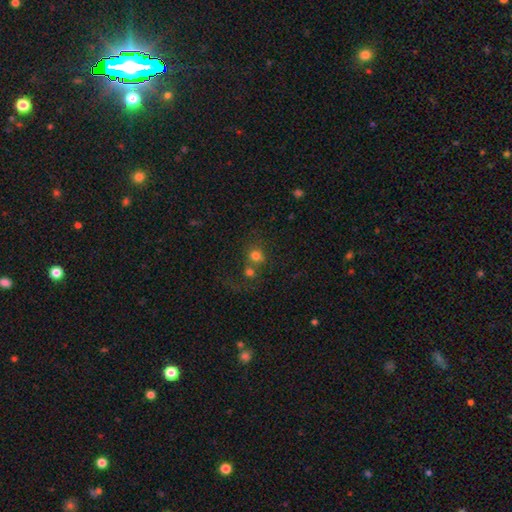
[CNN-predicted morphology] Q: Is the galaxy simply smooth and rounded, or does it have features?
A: smooth — 74%.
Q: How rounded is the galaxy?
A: round — 86%.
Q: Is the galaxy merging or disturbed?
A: merger — 46%.